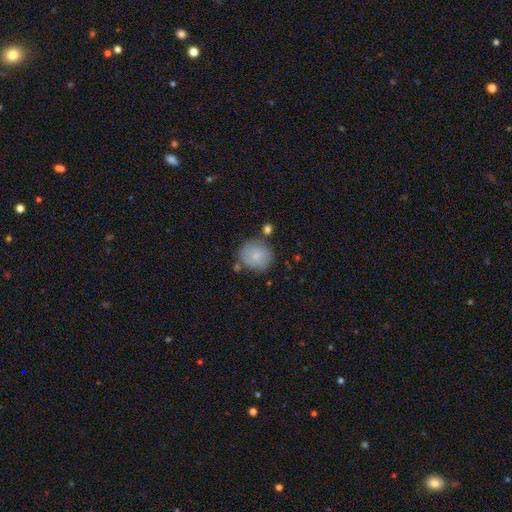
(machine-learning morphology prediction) smooth-or-featured: smooth: 77% | featured or disk: 16% | star or artifact: 7%
  how-rounded: round: 86% | in between: 13% | cigar-shaped: 1%
  merging: none: 68% | minor disturbance: 19% | merger: 8% | major disturbance: 6%